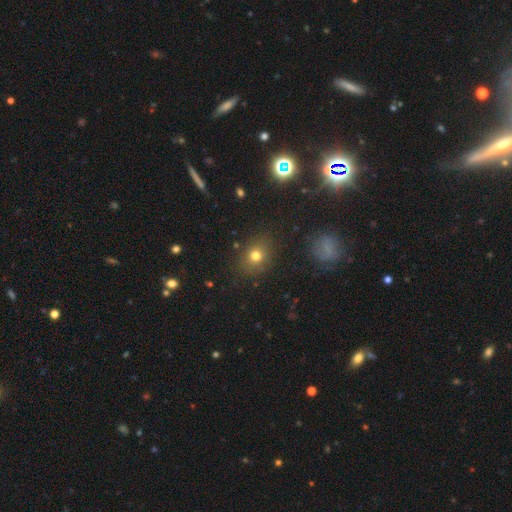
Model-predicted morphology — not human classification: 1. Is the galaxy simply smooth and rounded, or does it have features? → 74% smooth, 17% star or artifact, 9% featured or disk.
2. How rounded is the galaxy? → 65% round, 34% in between, 1% cigar-shaped.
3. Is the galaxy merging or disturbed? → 84% none, 10% minor disturbance, 4% major disturbance, 2% merger.